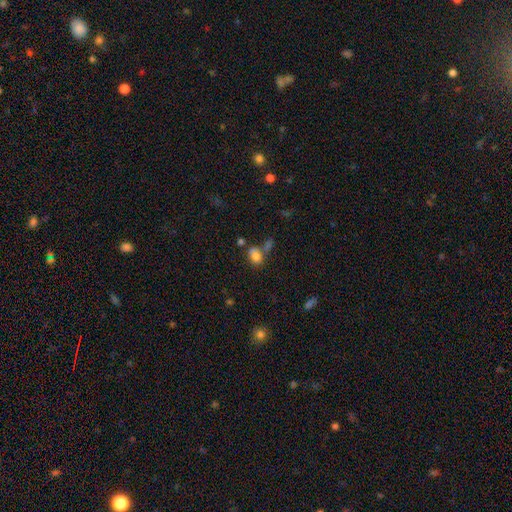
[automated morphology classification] Overall: smooth (79%). How rounded: in between (72%). Merging: none (46%; merger 31%).